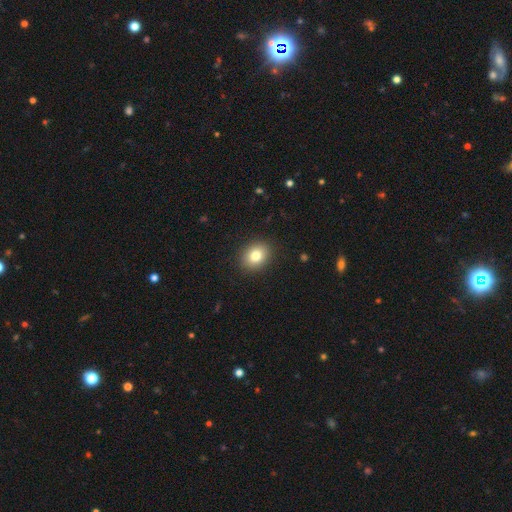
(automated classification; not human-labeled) Q: Smooth or featured?
A: smooth (81%); runner-up: star or artifact (10%)
Q: How rounded?
A: round (50%); runner-up: in between (49%)
Q: Merging?
A: none (90%); runner-up: minor disturbance (7%)